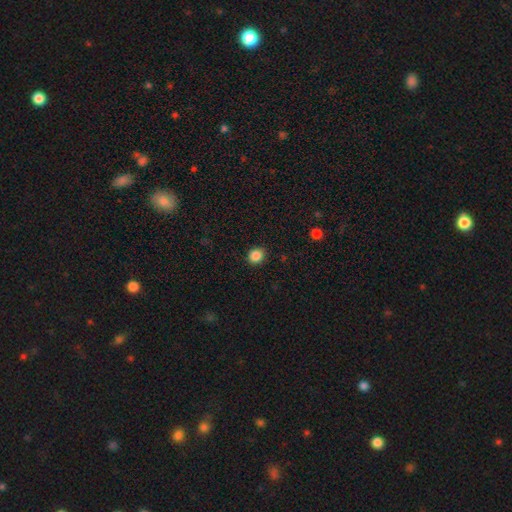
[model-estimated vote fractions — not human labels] Smooth or featured? Predicted: smooth (p=0.86). How rounded? Predicted: round (p=0.80). Merging? Predicted: none (p=0.90).